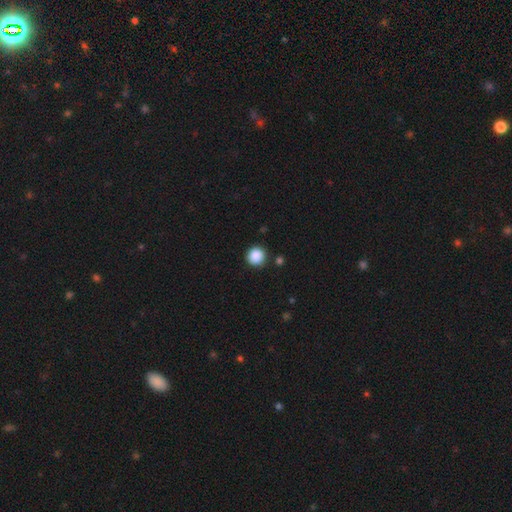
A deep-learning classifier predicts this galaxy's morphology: type=smooth (88%); roundness=round (94%); merging=none (88%).